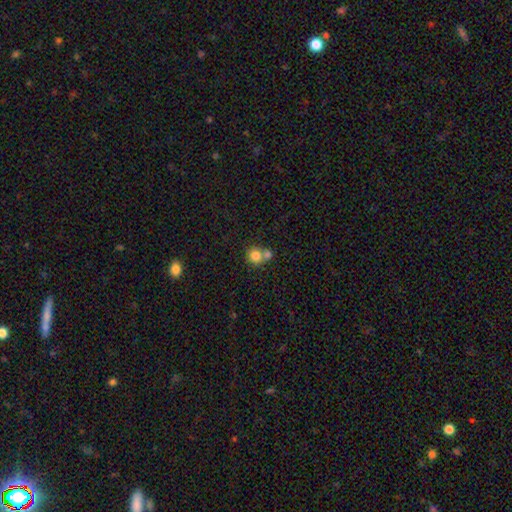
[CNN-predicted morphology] A smooth galaxy with no disk features (80%) that is round (84%).

Vote fractions:
- Smooth or featured? smooth: 80% / star or artifact: 10% / featured or disk: 9%
- How rounded? round: 84% / in between: 15% / cigar-shaped: 1%
- Merging? merger: 48% / none: 42% / minor disturbance: 7% / major disturbance: 3%